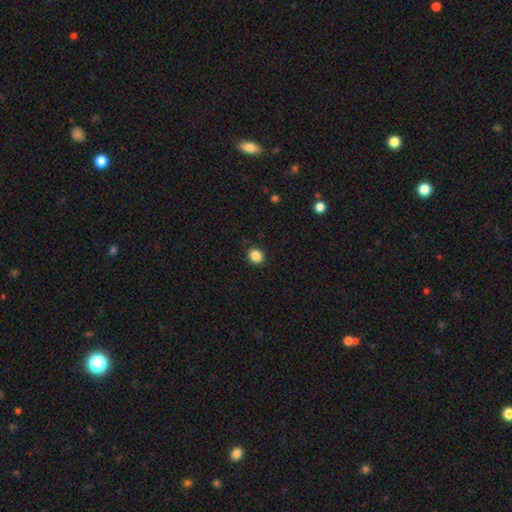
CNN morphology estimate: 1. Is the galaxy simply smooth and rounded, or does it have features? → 86% smooth, 10% star or artifact, 4% featured or disk.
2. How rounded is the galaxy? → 64% round, 35% in between, 1% cigar-shaped.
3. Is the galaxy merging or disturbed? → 89% none, 8% minor disturbance, 2% major disturbance, 1% merger.